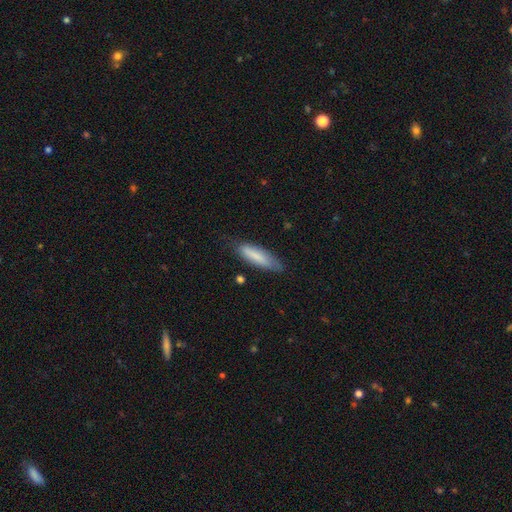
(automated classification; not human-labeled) The model was most divided on "how rounded": cigar-shaped: 65%, in between: 33%, round: 1%. More confident: smooth or featured — smooth (78%); merging — none (69%).